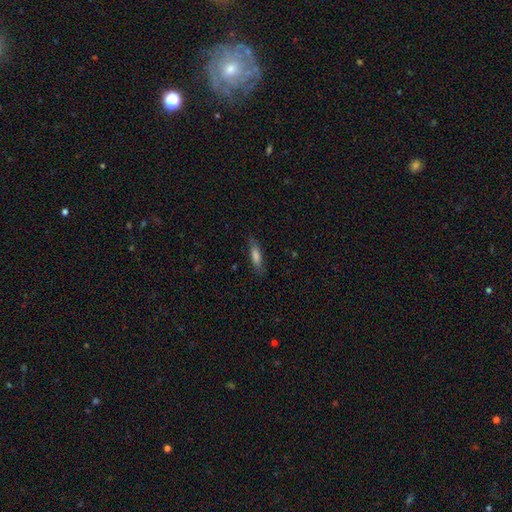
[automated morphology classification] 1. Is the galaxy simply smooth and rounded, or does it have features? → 65% smooth, 25% featured or disk, 10% star or artifact.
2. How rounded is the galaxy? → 71% cigar-shaped, 27% in between, 2% round.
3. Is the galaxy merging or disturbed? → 81% none, 14% minor disturbance, 4% major disturbance, 1% merger.